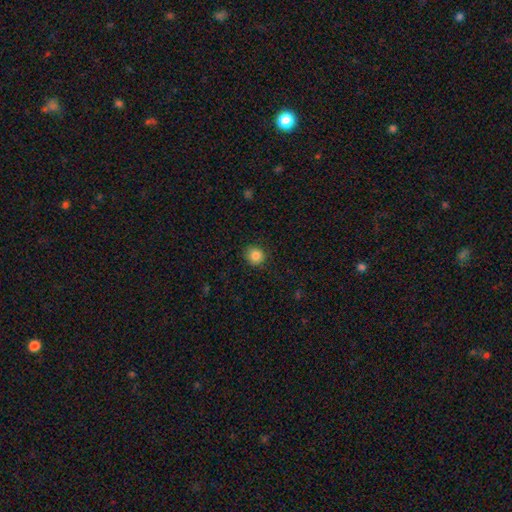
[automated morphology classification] smooth_or_featured: smooth (p=0.85) [alt: star or artifact p=0.10]
how_rounded: round (p=0.88) [alt: in between p=0.11]
merging: none (p=0.86) [alt: minor disturbance p=0.10]